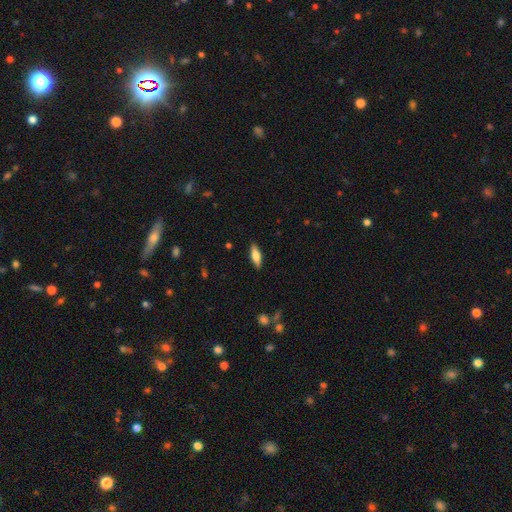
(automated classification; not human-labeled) This is likely a smooth galaxy (70%). How rounded: possibly in between (54%). Merging: clearly none (88%).